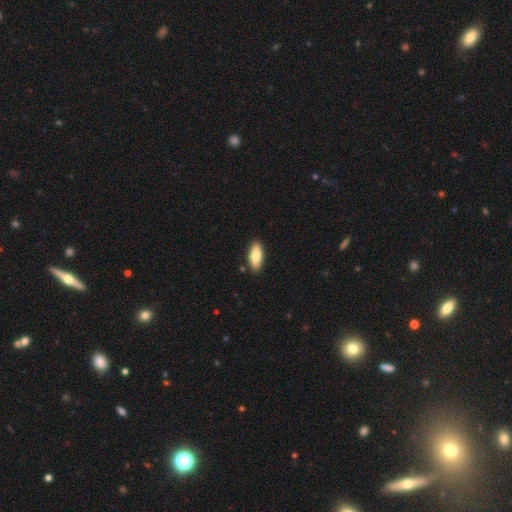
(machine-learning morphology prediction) type=smooth (80%); roundness=in between (83%); merging=none (89%).